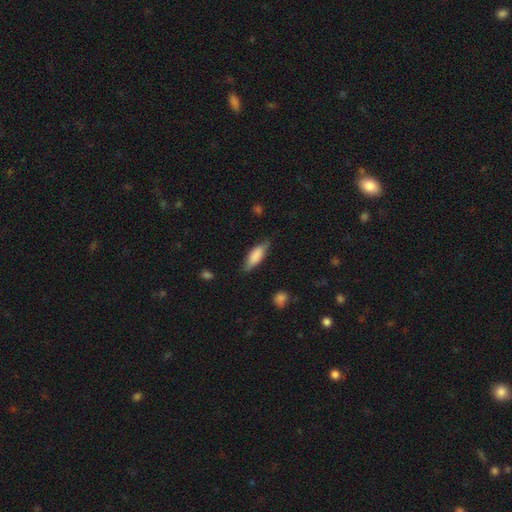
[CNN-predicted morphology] A smooth galaxy with no disk features (80%) that is in between round and cigar-shaped (64%). Merging: none (73%).